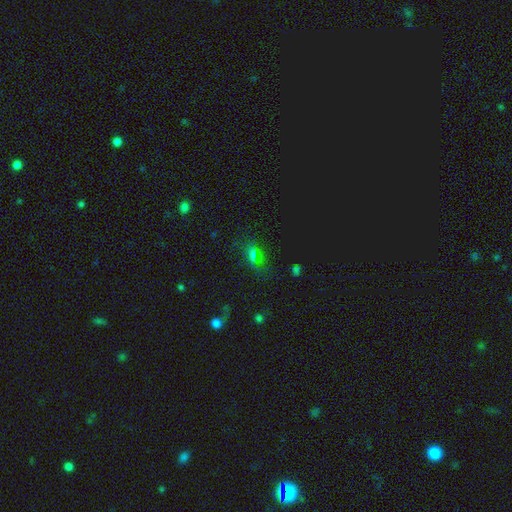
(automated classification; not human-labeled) Morphology: type=smooth (48%); merging=none (71%).